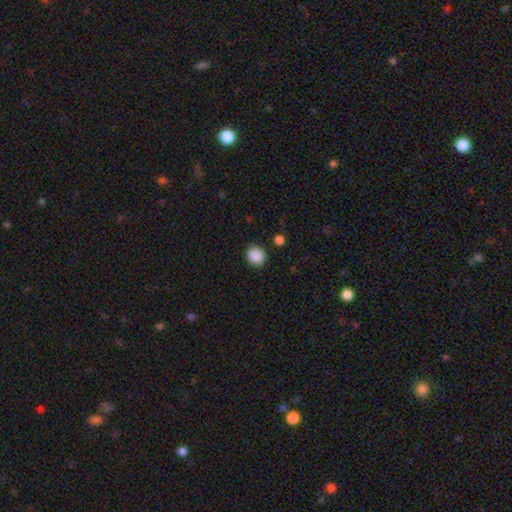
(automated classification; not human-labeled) A smooth galaxy with no disk features (89%) that is round (72%). Merging: none (86%).